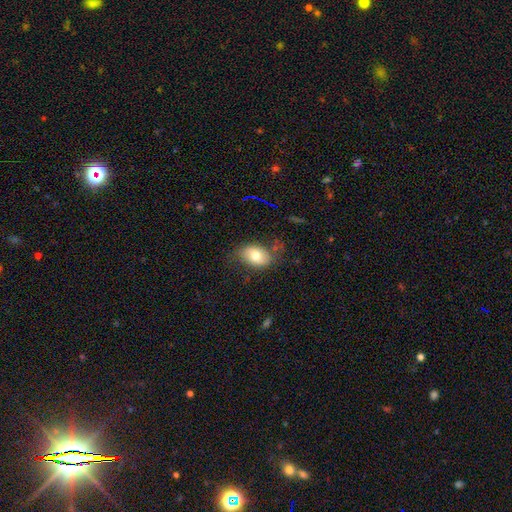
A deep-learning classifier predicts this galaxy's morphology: type=smooth (72%); roundness=in between (81%); merging=none (68%).